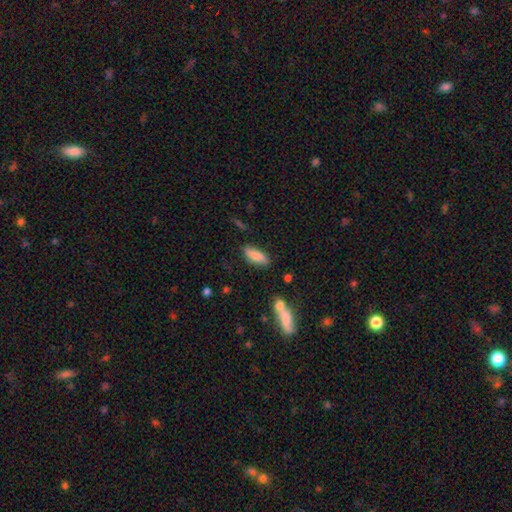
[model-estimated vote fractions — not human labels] Smooth or featured? smooth (80%)
How rounded? in between (69%)
Merging? none (81%)